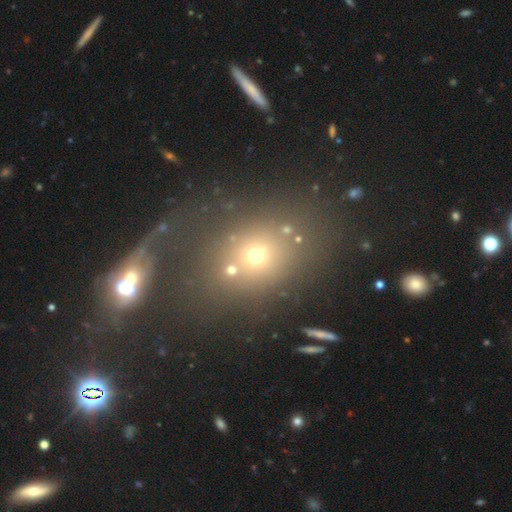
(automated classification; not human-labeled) Smooth or featured? smooth (53%)
How rounded? round (53%)
Merging? none (57%)